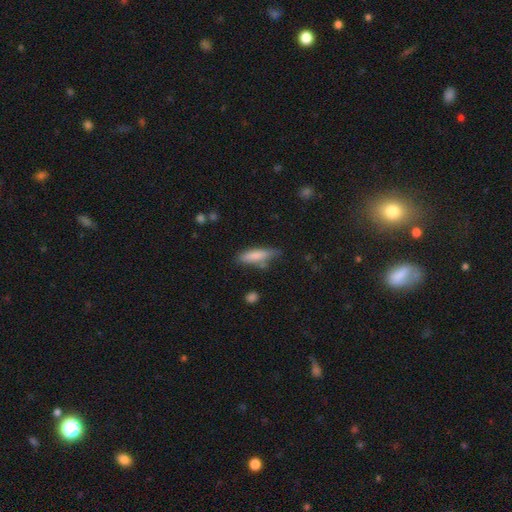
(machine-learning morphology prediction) This appears to be a smooth galaxy with no disk features (79%) that is cigar-shaped (65%). Merging: none (65%).